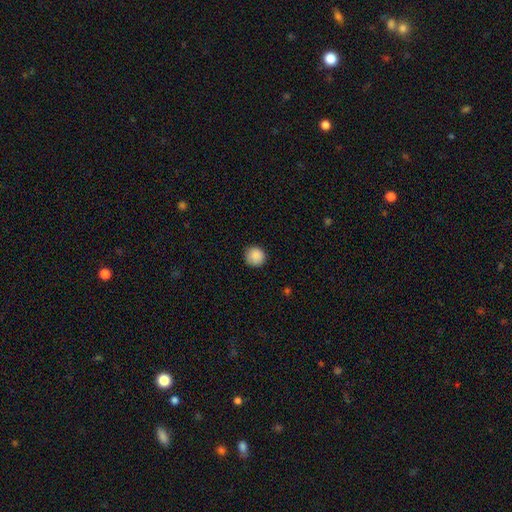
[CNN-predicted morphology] The model was most divided on "merging": none: 88%, minor disturbance: 9%, major disturbance: 2%, merger: 1%. More confident: how rounded — round (94%); smooth or featured — smooth (88%).